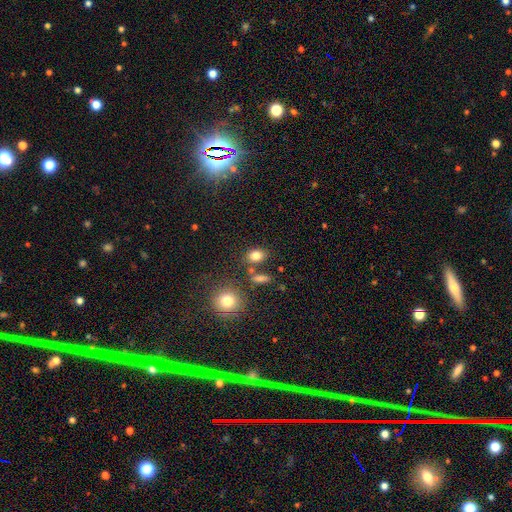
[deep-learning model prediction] This is clearly a smooth galaxy (80%). How rounded: likely in between (62%). Merging: likely none (70%).